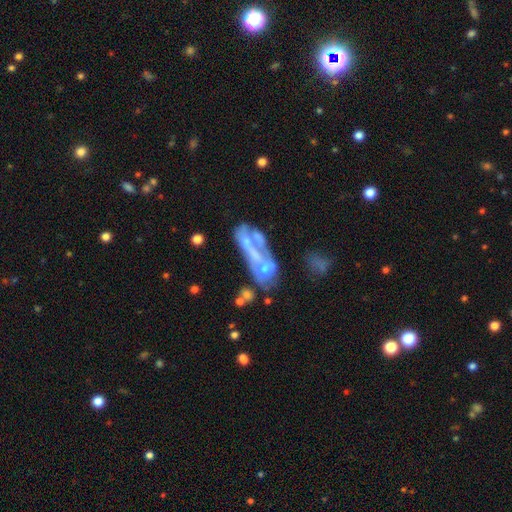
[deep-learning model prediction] Smooth or featured? featured or disk (50%)
Edge-on disk? no (91%)
Merging? merger (53%)